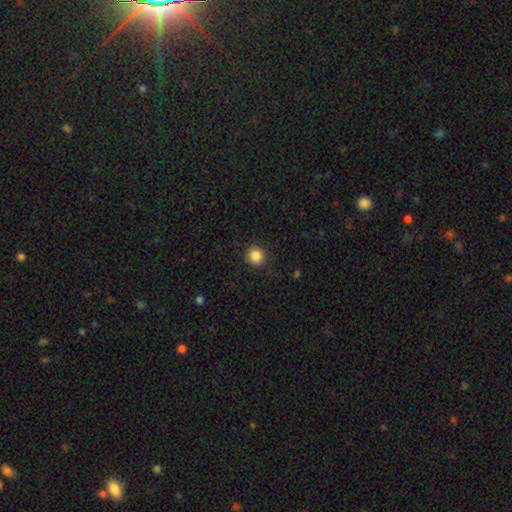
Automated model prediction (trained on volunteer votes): This is clearly a smooth galaxy (86%). How rounded: clearly round (94%). Merging: clearly none (91%).